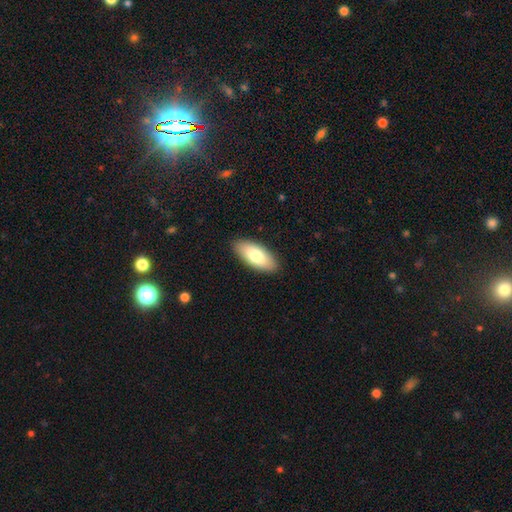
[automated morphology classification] Overall: smooth (78%). How rounded: in between (88%). Merging: none (89%).